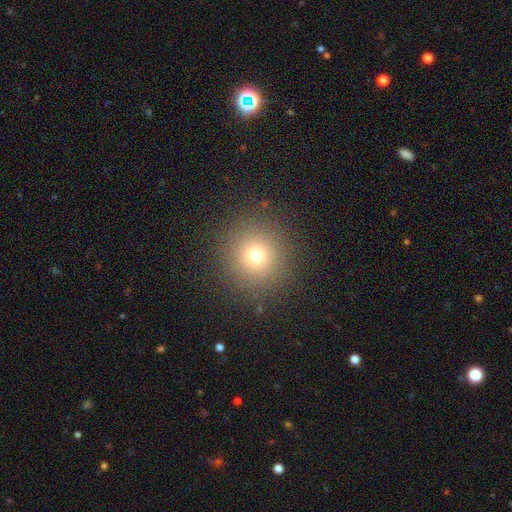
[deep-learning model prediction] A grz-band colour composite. It shows a smooth galaxy with no disk features (70%) that is round (95%). Merging: none (89%).